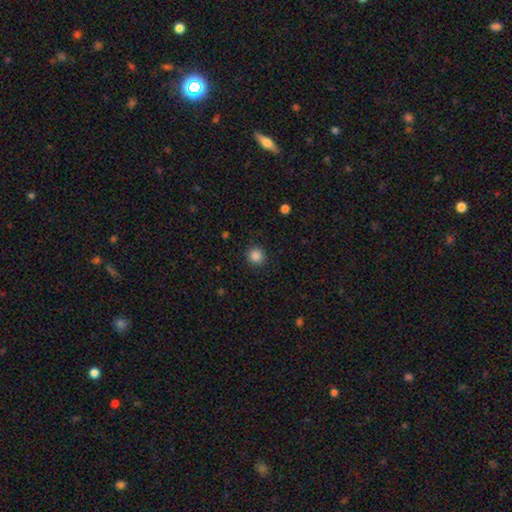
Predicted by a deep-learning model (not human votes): Q: Smooth or featured?
A: smooth (87%); runner-up: star or artifact (11%)
Q: How rounded?
A: round (92%); runner-up: in between (7%)
Q: Merging?
A: none (90%); runner-up: minor disturbance (7%)